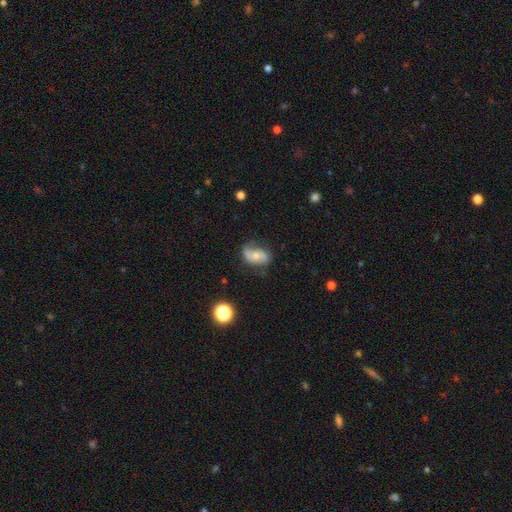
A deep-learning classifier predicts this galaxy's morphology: Q: Smooth or featured?
A: featured or disk (49%); runner-up: smooth (42%)
Q: Merging?
A: none (58%); runner-up: minor disturbance (28%)